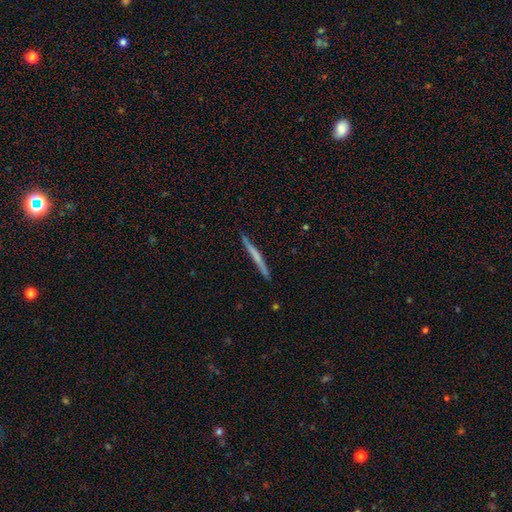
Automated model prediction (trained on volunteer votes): This appears to be a smooth galaxy with no disk features (49%). Merging: none (89%).